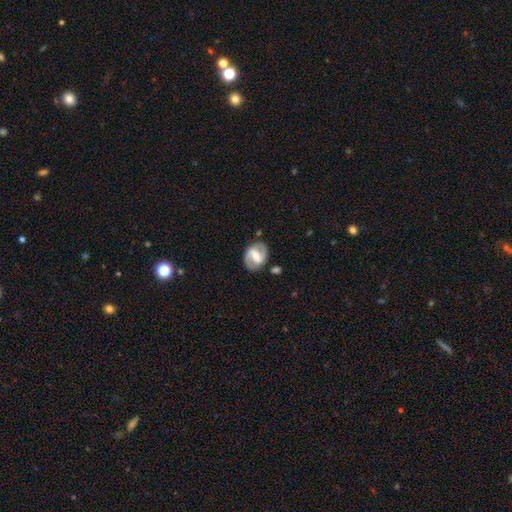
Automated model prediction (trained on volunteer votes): Smooth or featured? featured or disk (81%)
Edge-on disk? no (97%)
Bar? strong (52%)
Spiral arms? yes (90%)
Spiral winding? medium (50%)
Spiral arm count? 2 (90%)
Bulge size? moderate (57%)
Merging? none (81%)